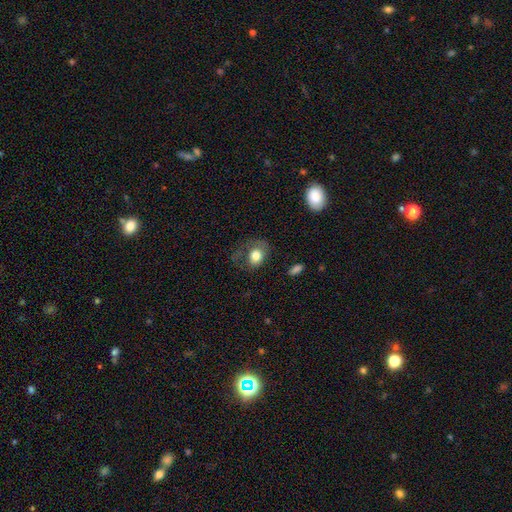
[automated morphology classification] The model was most divided on "how rounded": in between: 51%, round: 48%, cigar-shaped: 1%. Remaining: smooth or featured — smooth (75%); merging — none (45%).